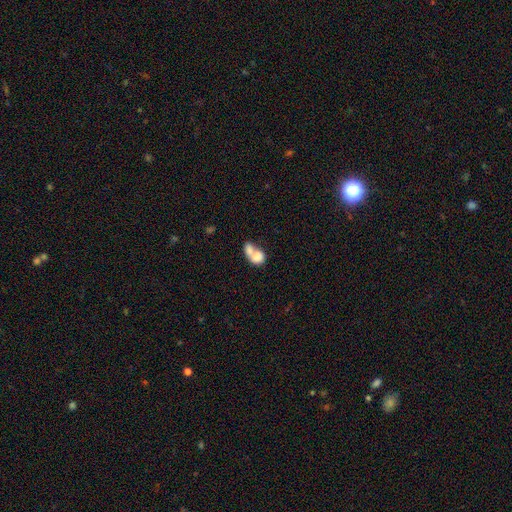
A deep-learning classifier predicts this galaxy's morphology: Smooth or featured?
  - smooth: 76% *
  - featured or disk: 16%
  - star or artifact: 8%
How rounded?
  - in between: 61% *
  - round: 38%
  - cigar-shaped: 2%
Merging?
  - merger: 73% *
  - none: 15%
  - minor disturbance: 6%
  - major disturbance: 5%